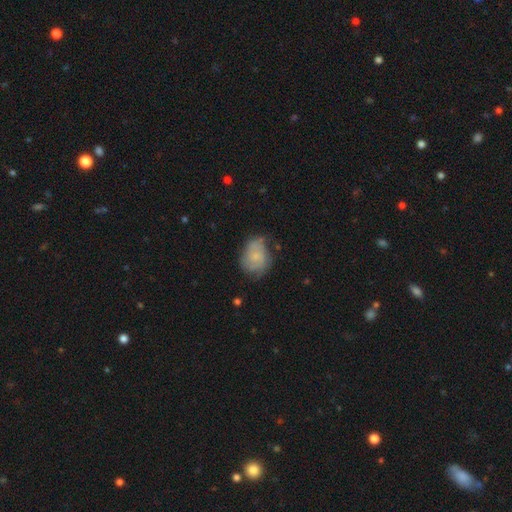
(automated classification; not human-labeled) Smooth or featured: featured or disk — 51% (smooth — 41%)
Edge-on disk: no — 97% (yes — 3%)
Merging: none — 56% (minor disturbance — 30%)